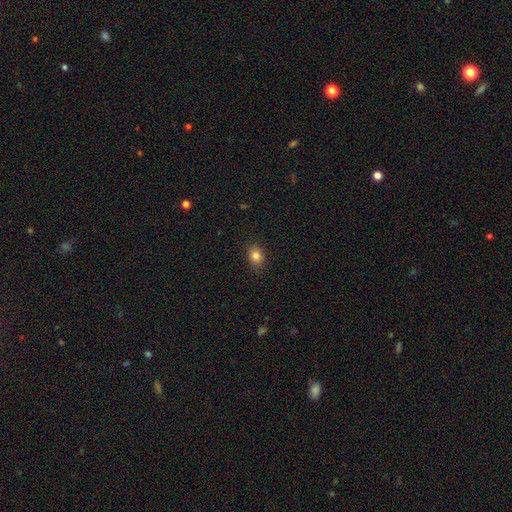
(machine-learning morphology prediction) This appears to be a smooth galaxy with no disk features (83%) that is in between round and cigar-shaped (53%). Merging: none (88%).